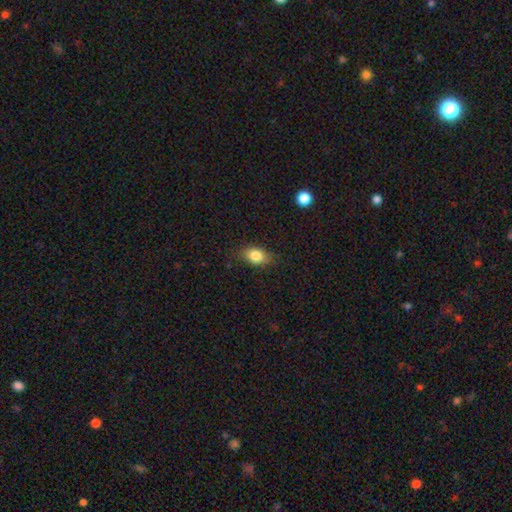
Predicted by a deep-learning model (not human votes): smooth-or-featured: smooth: 82% | featured or disk: 9% | star or artifact: 9%
  how-rounded: in between: 75% | round: 22% | cigar-shaped: 3%
  merging: none: 79% | minor disturbance: 16% | major disturbance: 4% | merger: 1%